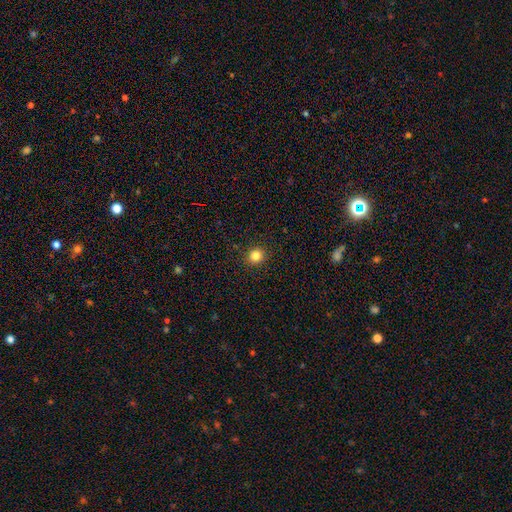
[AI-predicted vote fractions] Morphology: type=smooth (82%); roundness=round (89%); merging=none (92%).